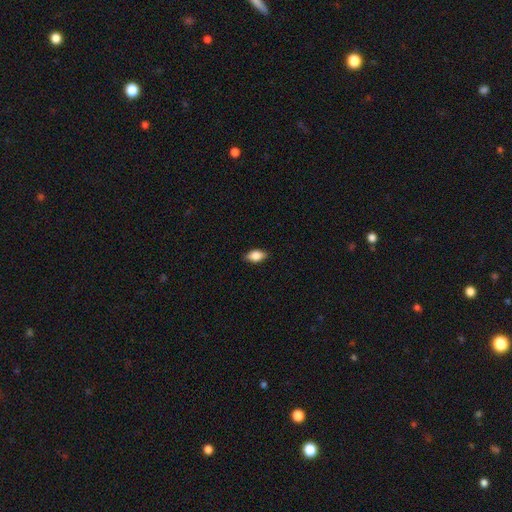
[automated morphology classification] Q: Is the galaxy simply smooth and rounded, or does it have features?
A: smooth — 83%.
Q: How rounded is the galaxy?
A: in between — 89%.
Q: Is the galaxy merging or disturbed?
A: none — 86%.